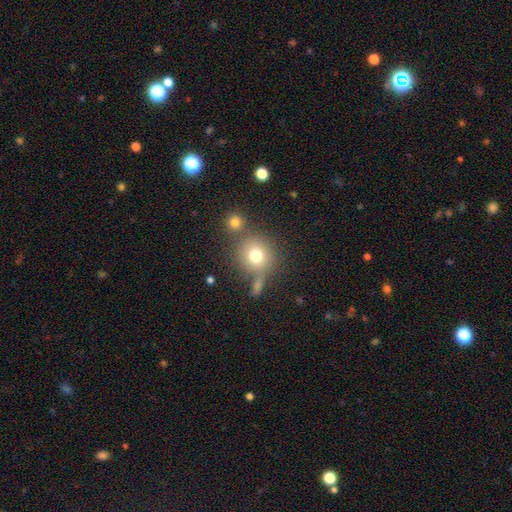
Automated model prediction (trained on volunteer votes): Smooth or featured? smooth (74%)
How rounded? round (88%)
Merging? none (65%)